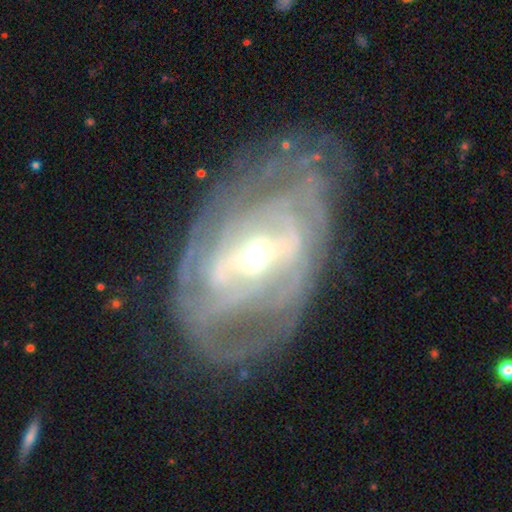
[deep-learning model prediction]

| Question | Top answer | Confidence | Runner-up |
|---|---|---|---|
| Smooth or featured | featured or disk | 86% | smooth (8%) |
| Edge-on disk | no | 94% | yes (6%) |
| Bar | strong | 50% | weak (36%) |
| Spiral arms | yes | 85% | no (15%) |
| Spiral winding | tight | 64% | medium (26%) |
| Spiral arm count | can't tell | 47% | 2 (24%) |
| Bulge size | moderate | 51% | small (43%) |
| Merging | none | 69% | minor disturbance (18%) |